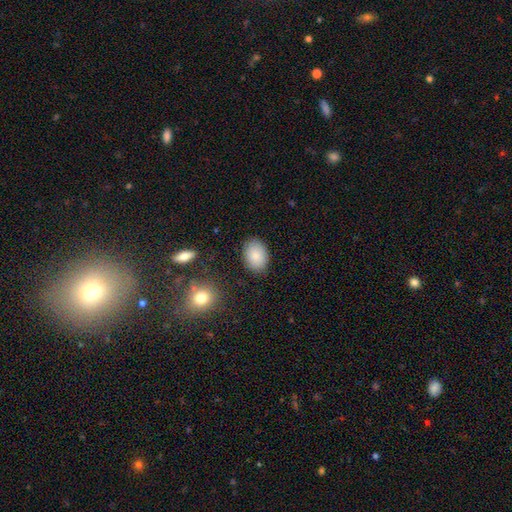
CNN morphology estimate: Q: Smooth or featured?
A: smooth (86%); runner-up: star or artifact (8%)
Q: How rounded?
A: in between (81%); runner-up: round (18%)
Q: Merging?
A: none (85%); runner-up: minor disturbance (10%)